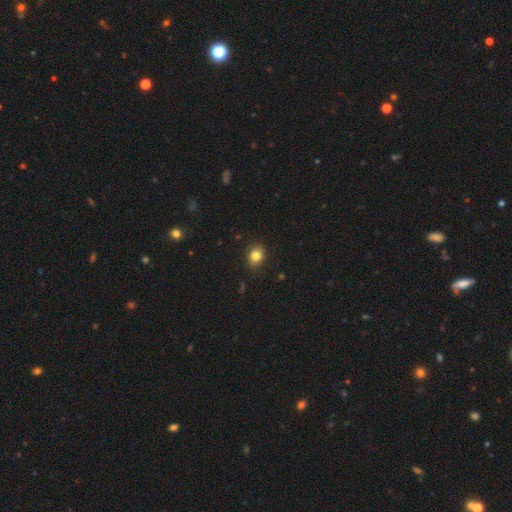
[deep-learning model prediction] Overall: smooth (82%). How rounded: round (53%; in between 46%). Merging: none (84%).